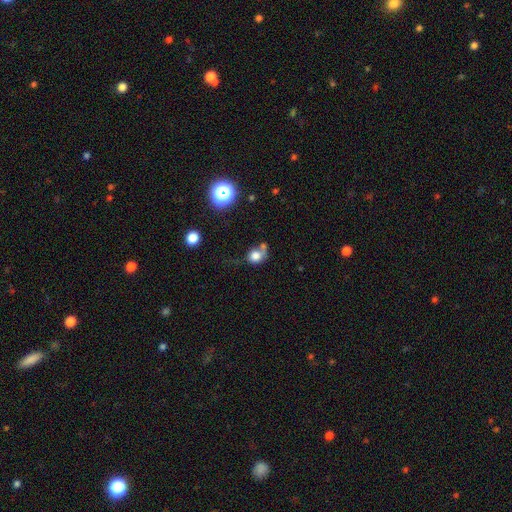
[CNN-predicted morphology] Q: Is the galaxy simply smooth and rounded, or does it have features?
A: smooth — 76%.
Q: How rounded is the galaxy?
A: round — 71%.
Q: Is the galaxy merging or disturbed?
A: none — 39%.